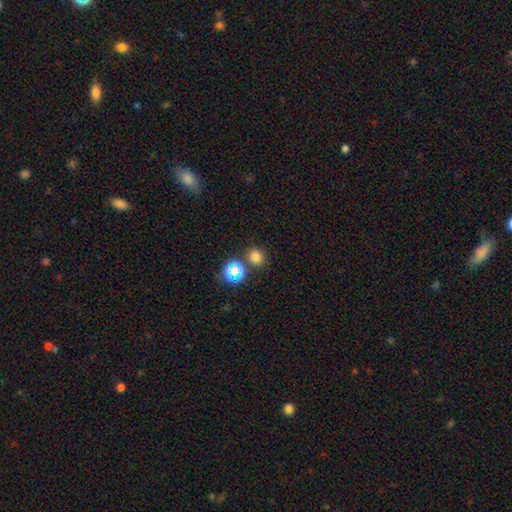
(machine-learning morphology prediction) Overall: smooth (72%). How rounded: round (78%). Merging: none (79%).